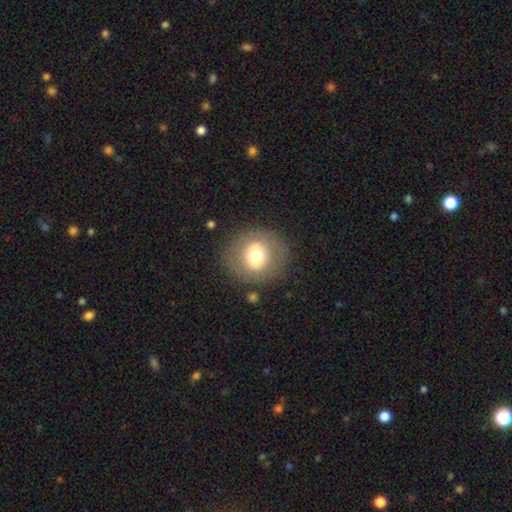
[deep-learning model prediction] Q: Smooth or featured?
A: smooth (61%); runner-up: featured or disk (30%)
Q: How rounded?
A: round (90%); runner-up: in between (9%)
Q: Merging?
A: none (84%); runner-up: minor disturbance (9%)